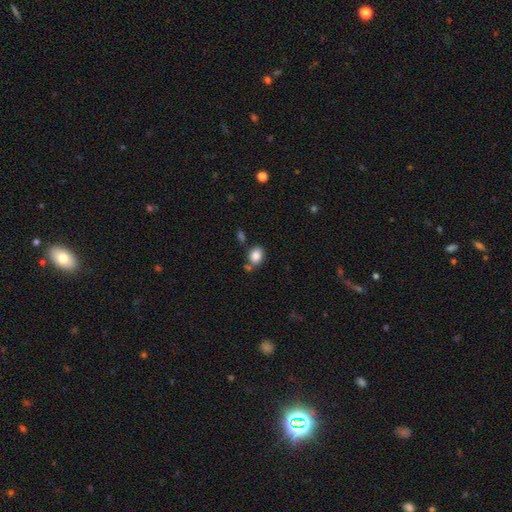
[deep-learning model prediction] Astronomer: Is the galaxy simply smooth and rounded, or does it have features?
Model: smooth — 85%.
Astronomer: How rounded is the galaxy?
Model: in between — 62%.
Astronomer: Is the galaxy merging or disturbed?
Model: none — 64%.